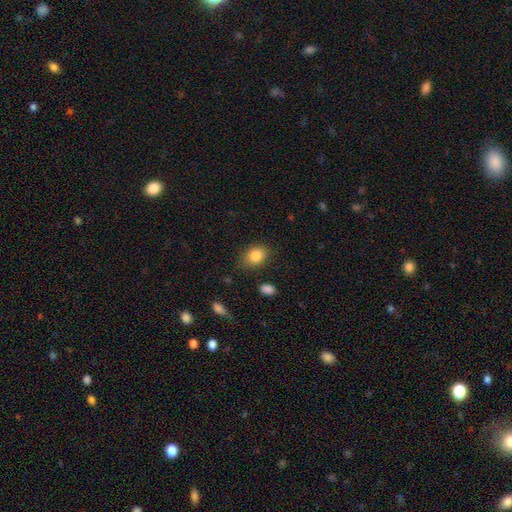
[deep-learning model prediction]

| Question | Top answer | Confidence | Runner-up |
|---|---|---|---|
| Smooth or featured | smooth | 85% | star or artifact (9%) |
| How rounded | in between | 58% | round (41%) |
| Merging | none | 79% | minor disturbance (15%) |